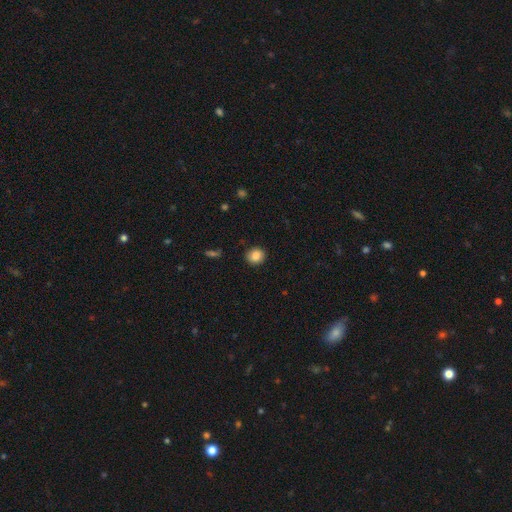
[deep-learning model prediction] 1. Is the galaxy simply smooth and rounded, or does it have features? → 85% smooth, 9% star or artifact, 6% featured or disk.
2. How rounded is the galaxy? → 81% round, 18% in between, 1% cigar-shaped.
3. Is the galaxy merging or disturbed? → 89% none, 8% minor disturbance, 2% major disturbance, 1% merger.